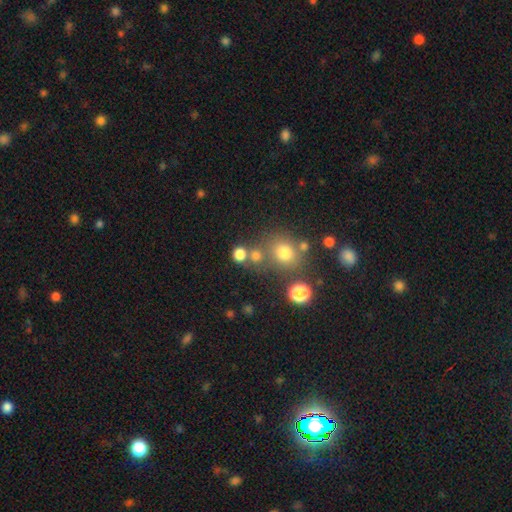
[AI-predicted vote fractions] Q: Smooth or featured?
A: smooth (72%); runner-up: star or artifact (19%)
Q: How rounded?
A: round (85%); runner-up: in between (14%)
Q: Merging?
A: none (65%); runner-up: merger (20%)